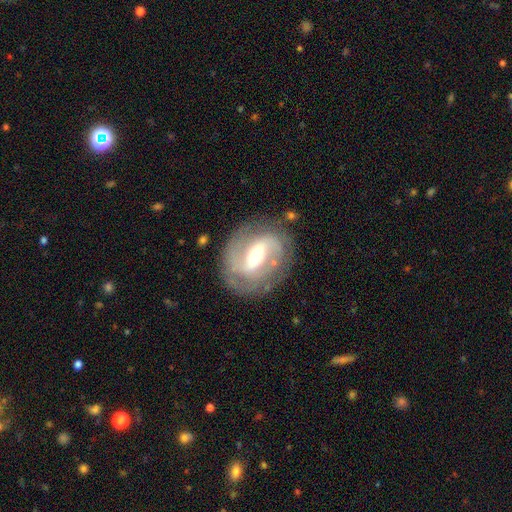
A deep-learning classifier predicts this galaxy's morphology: Overall: featured or disk (84%). Edge-on disk: no (96%). Bar: strong (45%; weak 39%). Spiral arms: yes (91%). Spiral arm count: 2 (76%). Spiral winding: medium (44%; tight 39%). Bulge size: moderate (58%; small 33%). Merging: none (78%).